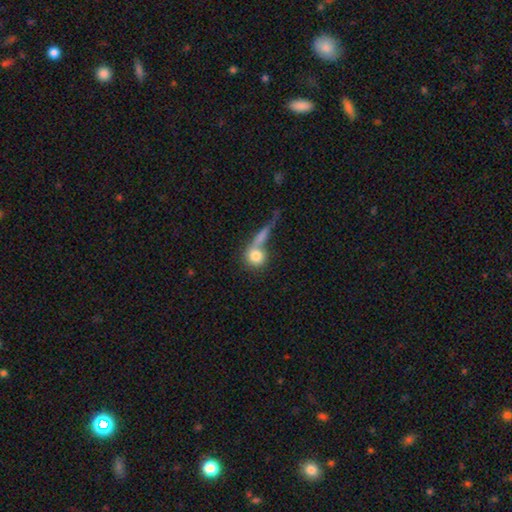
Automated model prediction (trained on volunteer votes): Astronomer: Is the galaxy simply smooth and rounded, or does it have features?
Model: smooth — 78%.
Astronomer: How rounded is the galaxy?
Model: round — 83%.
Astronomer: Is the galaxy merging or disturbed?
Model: none — 40% (runner-up: merger, 36%).